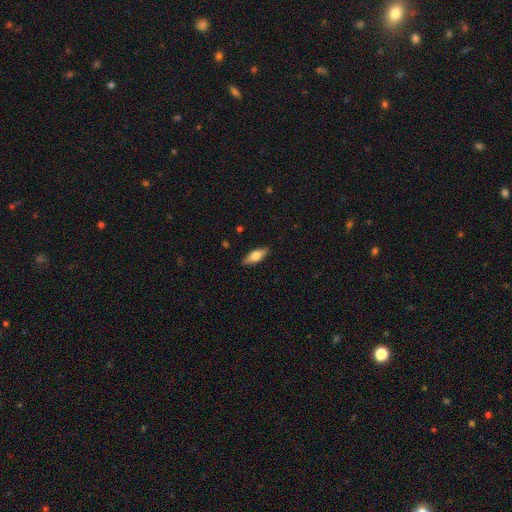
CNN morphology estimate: smooth 64%, featured or disk 30%, star or artifact 6%. Down the decision tree: how rounded — in between (72%); merging — none (88%).